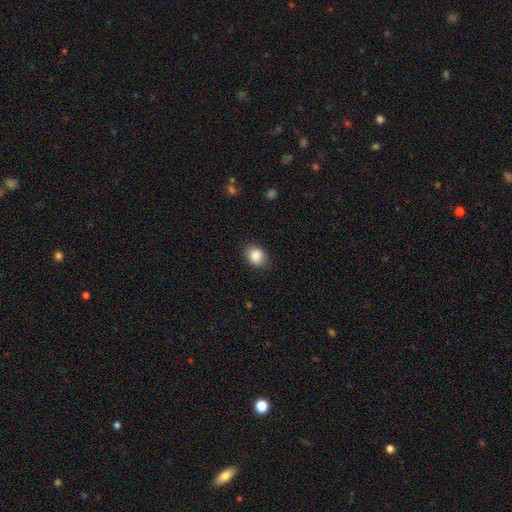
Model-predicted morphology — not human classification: Smooth or featured: smooth — 87% (star or artifact — 8%)
How rounded: in between — 50% (round — 49%)
Merging: none — 82% (minor disturbance — 14%)